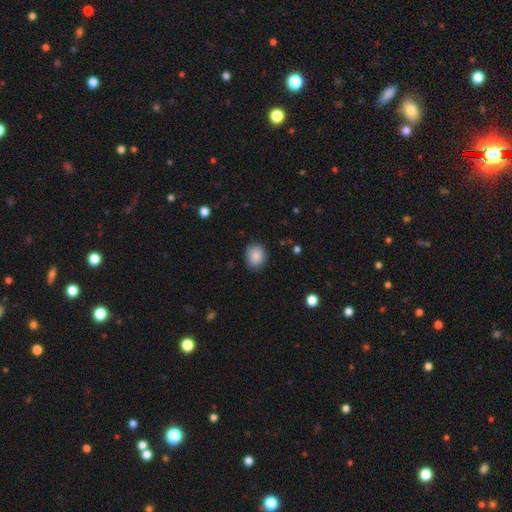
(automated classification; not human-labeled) Overall: smooth (88%). How rounded: round (60%; in between 40%). Merging: none (85%).